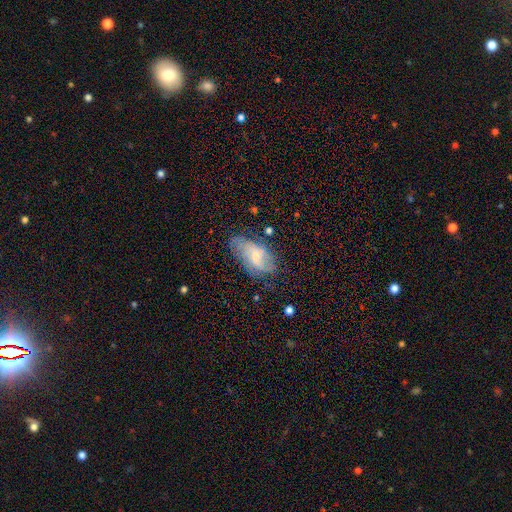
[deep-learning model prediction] Q: Smooth or featured?
A: featured or disk (58%); runner-up: smooth (33%)
Q: Edge-on disk?
A: no (93%); runner-up: yes (7%)
Q: Bar?
A: no (54%); runner-up: weak (39%)
Q: Spiral arms?
A: yes (80%); runner-up: no (20%)
Q: Bulge size?
A: small (62%); runner-up: moderate (31%)
Q: Merging?
A: none (60%); runner-up: minor disturbance (26%)